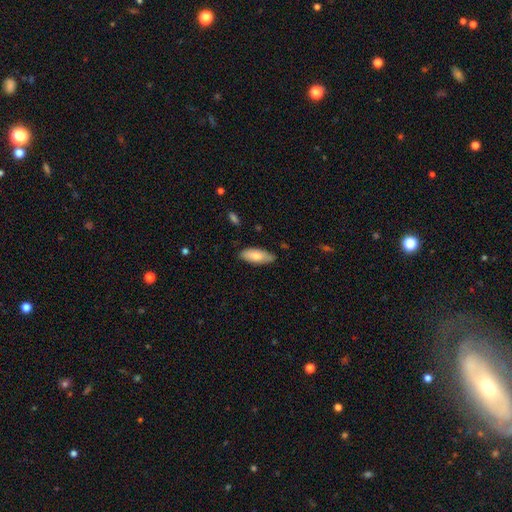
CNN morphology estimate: Smooth or featured: smooth — 76% (featured or disk — 18%)
How rounded: in between — 80% (cigar-shaped — 19%)
Merging: none — 78% (minor disturbance — 18%)